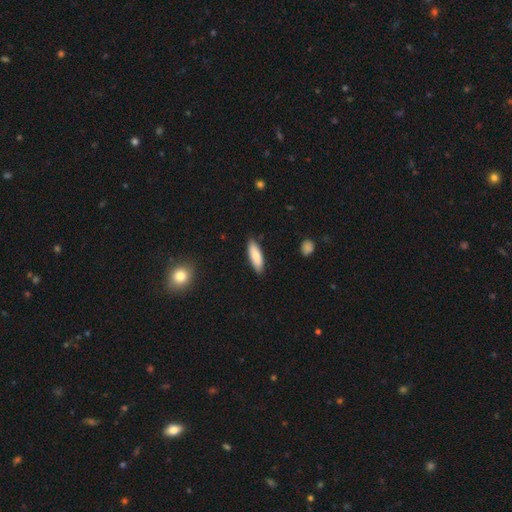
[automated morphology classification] Smooth or featured? Predicted: smooth (p=0.81). How rounded? Predicted: in between (p=0.52). Merging? Predicted: none (p=0.86).